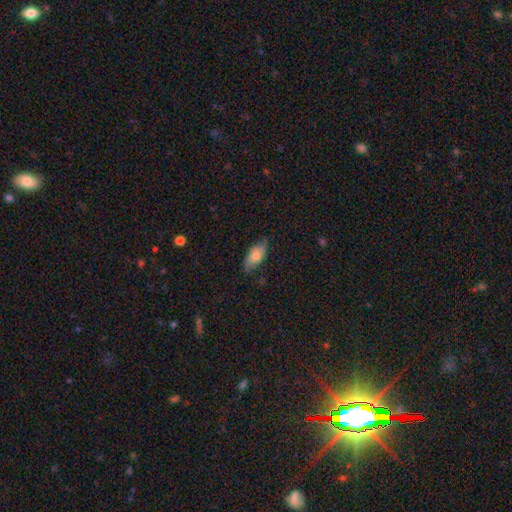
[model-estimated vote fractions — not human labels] smooth 75%, featured or disk 18%, star or artifact 7%. Down the decision tree: how rounded — in between (89%); merging — none (75%).